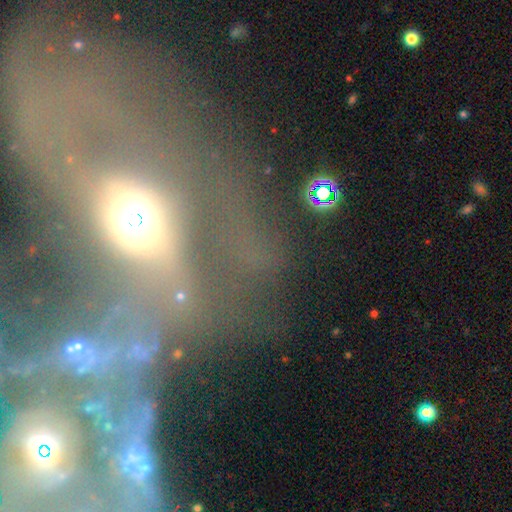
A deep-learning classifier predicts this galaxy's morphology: Smooth or featured?
  - star or artifact: 46% *
  - smooth: 29%
  - featured or disk: 25%